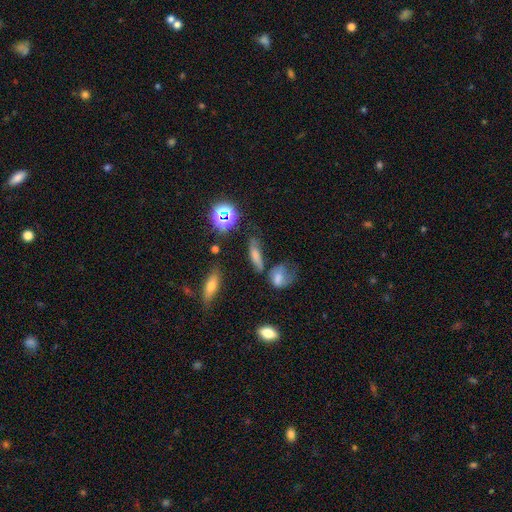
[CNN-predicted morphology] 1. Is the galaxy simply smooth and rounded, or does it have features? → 62% smooth, 19% star or artifact, 19% featured or disk.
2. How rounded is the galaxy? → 49% cigar-shaped, 43% in between, 8% round.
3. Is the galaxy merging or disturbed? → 57% none, 21% minor disturbance, 12% merger, 10% major disturbance.